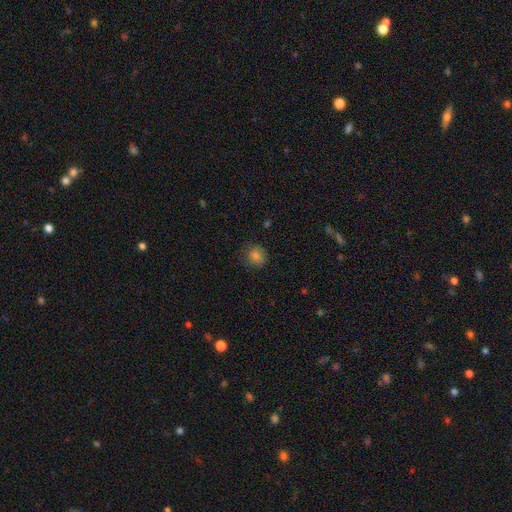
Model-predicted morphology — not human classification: smooth_or_featured: smooth (p=0.79) [alt: star or artifact p=0.13]
how_rounded: round (p=0.81) [alt: in between p=0.18]
merging: none (p=0.80) [alt: minor disturbance p=0.14]